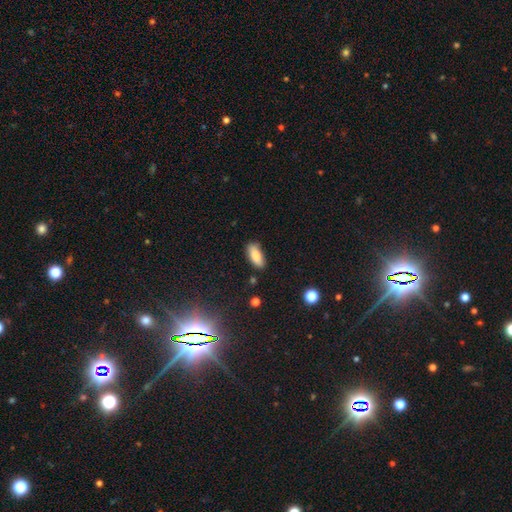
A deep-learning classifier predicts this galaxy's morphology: This appears to be a smooth galaxy with no disk features (82%) that is in between round and cigar-shaped (81%). Merging: none (81%).